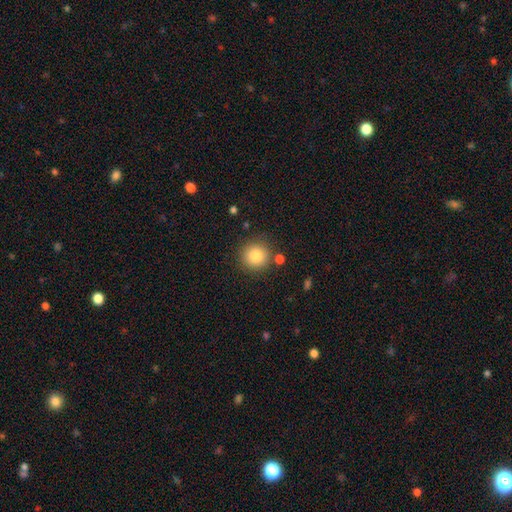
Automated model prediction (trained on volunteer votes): Overall: smooth (84%). How rounded: round (94%). Merging: none (85%).